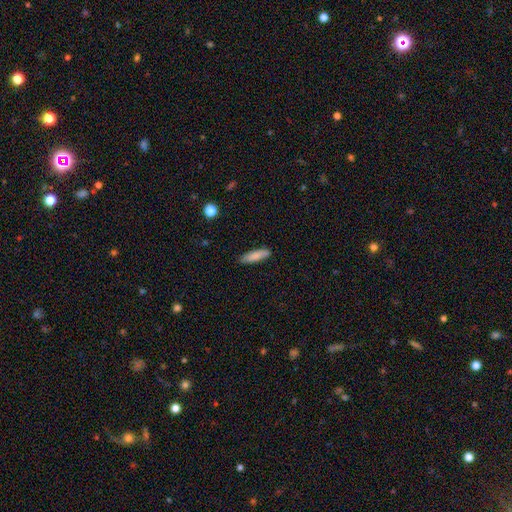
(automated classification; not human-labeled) smooth 83%, featured or disk 11%, star or artifact 6%. Down the decision tree: how rounded — cigar-shaped (67%); merging — none (85%).